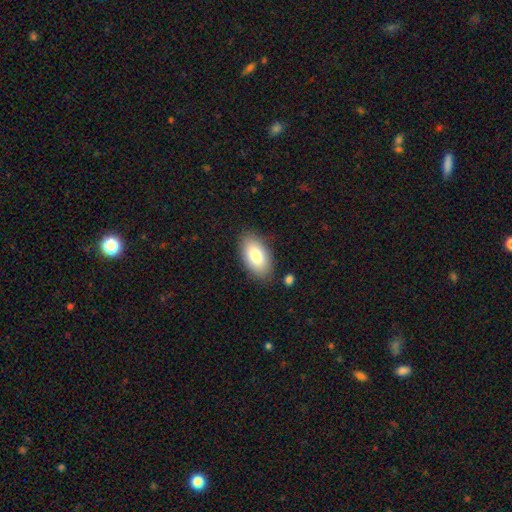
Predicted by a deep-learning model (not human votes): This appears to be a smooth galaxy with no disk features (80%) that is in between round and cigar-shaped (94%). Merging: none (84%).